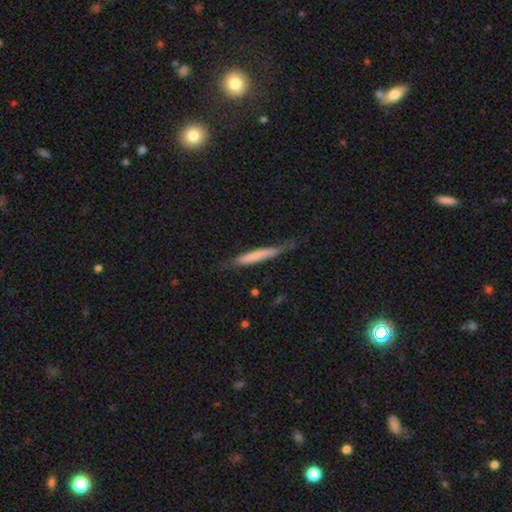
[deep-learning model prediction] This appears to be a smooth galaxy with no disk features (61%) that is cigar-shaped (95%). Merging: none (66%).